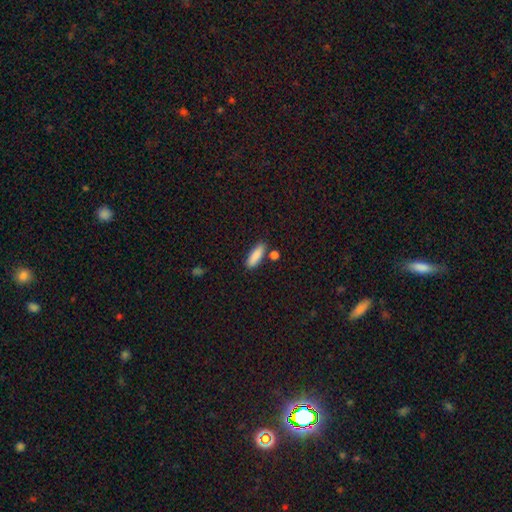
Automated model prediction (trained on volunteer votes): smooth-or-featured: smooth: 87% | star or artifact: 7% | featured or disk: 6%
  how-rounded: in between: 52% | cigar-shaped: 46% | round: 3%
  merging: none: 76% | minor disturbance: 12% | merger: 10% | major disturbance: 3%